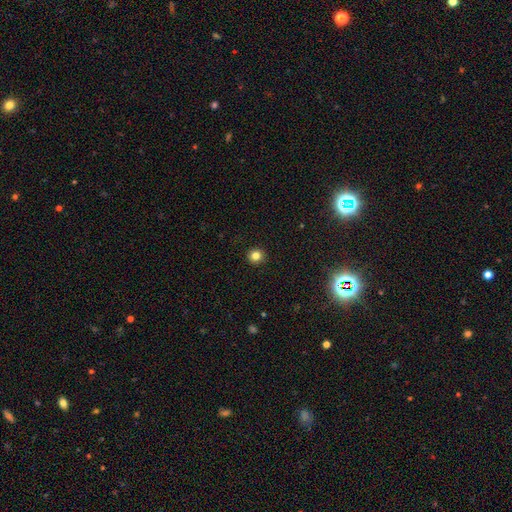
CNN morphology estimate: A smooth galaxy with no disk features (82%) that is round (91%). Merging: none (93%).